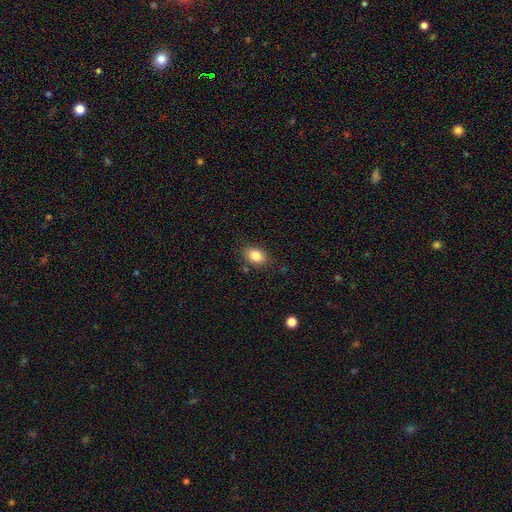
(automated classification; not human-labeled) A smooth galaxy with no disk features (83%) that is in between round and cigar-shaped (79%).

Vote fractions:
- Smooth or featured? smooth: 83% / star or artifact: 9% / featured or disk: 8%
- How rounded? in between: 79% / round: 19% / cigar-shaped: 1%
- Merging? none: 82% / minor disturbance: 12% / major disturbance: 3% / merger: 2%